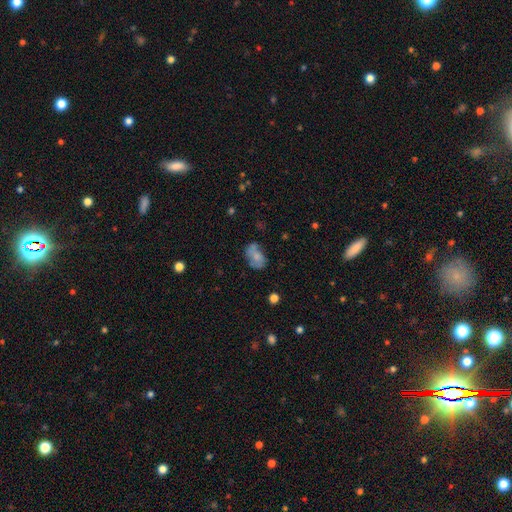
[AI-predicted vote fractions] Morphology: type=smooth (66%); roundness=in between (84%); merging=none (44%).